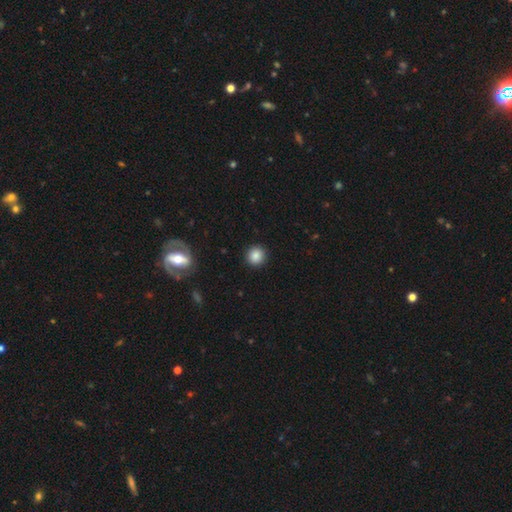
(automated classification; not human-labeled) A smooth galaxy with no disk features (86%) that is round (92%). Merging: none (92%).